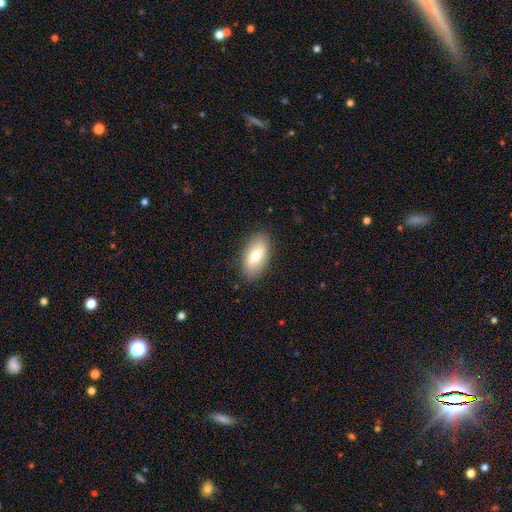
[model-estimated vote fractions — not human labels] Overall: smooth (70%). How rounded: in between (90%). Merging: none (86%).